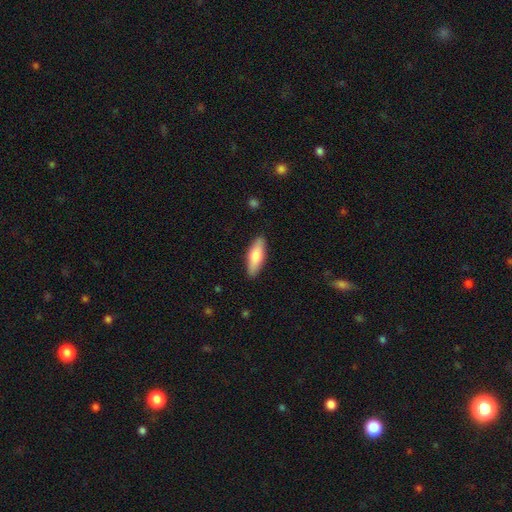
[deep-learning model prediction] This appears to be a smooth galaxy with no disk features (76%) that is in between round and cigar-shaped (55%). Merging: none (87%).